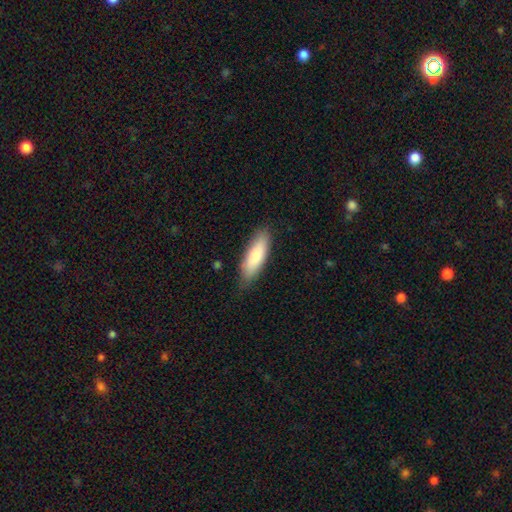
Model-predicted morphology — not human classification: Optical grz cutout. It shows a smooth galaxy with no disk features (82%) that is in between round and cigar-shaped (49%, tied with cigar-shaped). Merging: none (84%).